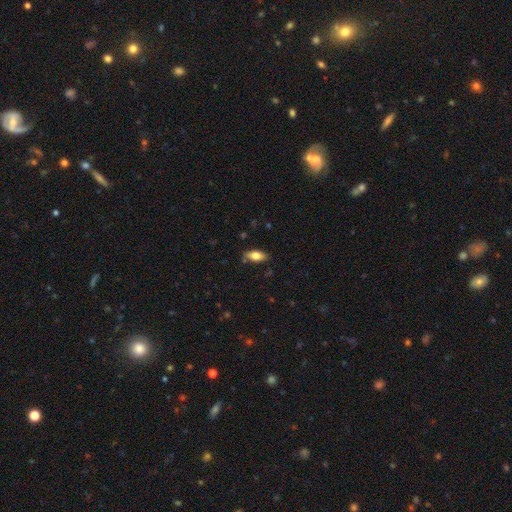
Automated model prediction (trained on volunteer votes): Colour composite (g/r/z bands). It shows a smooth galaxy with no disk features (77%) that is in between round and cigar-shaped (86%). Merging: none (83%).